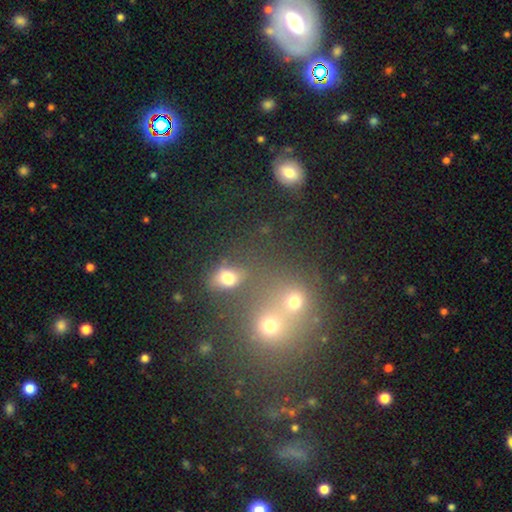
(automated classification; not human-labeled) A smooth galaxy with no disk features (45%).

Vote fractions:
- Smooth or featured? smooth: 45% / star or artifact: 39% / featured or disk: 16%
- Merging? none: 50% / merger: 36% / minor disturbance: 9% / major disturbance: 5%